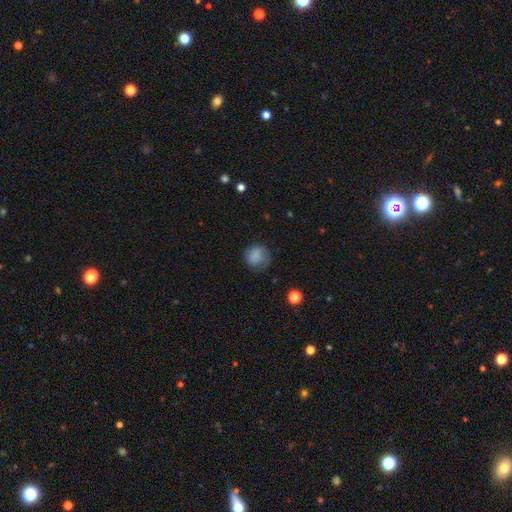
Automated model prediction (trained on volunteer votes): This appears to be a smooth galaxy with no disk features (79%) that is round (85%). Merging: none (64%).